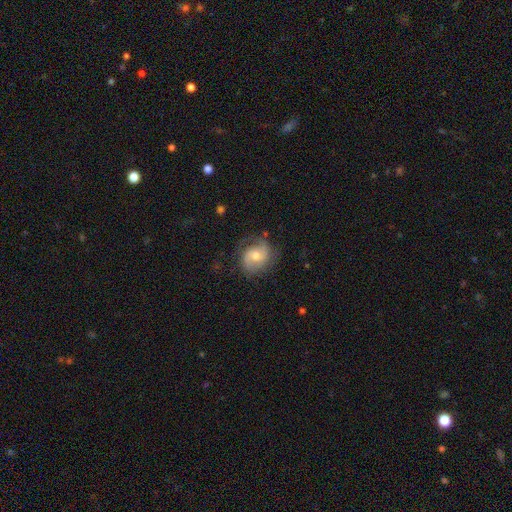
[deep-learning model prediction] smooth_or_featured: featured or disk (p=0.73) [alt: smooth p=0.20]
disk_edge_on: no (p=0.97) [alt: yes p=0.03]
bar: no (p=0.58) [alt: weak p=0.35]
has_spiral_arms: yes (p=0.93) [alt: no p=0.07]
spiral_winding: medium (p=0.46) [alt: tight p=0.31]
spiral_arm_count: 2 (p=0.80) [alt: can't tell p=0.09]
bulge_size: moderate (p=0.64) [alt: small p=0.28]
merging: none (p=0.72) [alt: minor disturbance p=0.19]